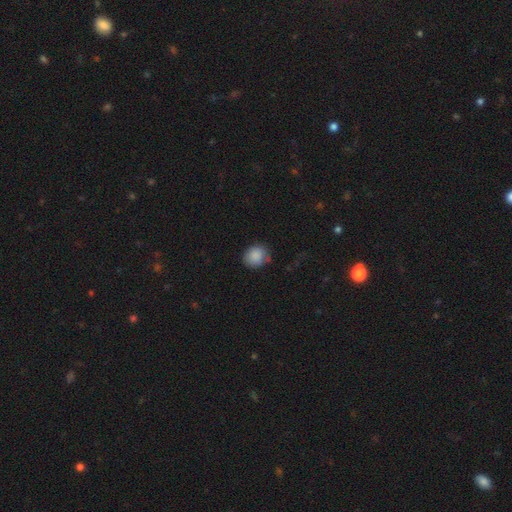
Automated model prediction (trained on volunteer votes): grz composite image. It shows a smooth galaxy with no disk features (87%) that is round (73%). Merging: none (76%).